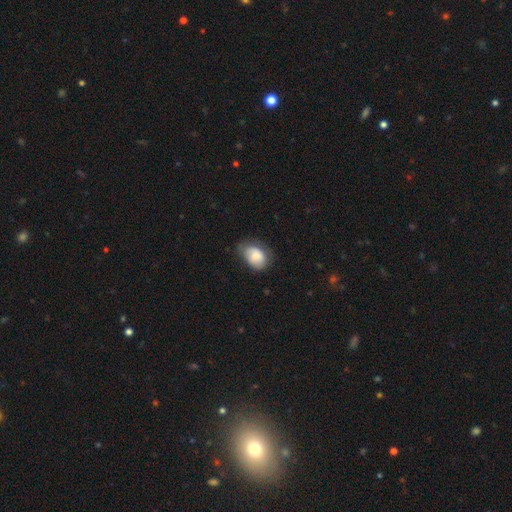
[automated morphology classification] Smooth or featured? Predicted: smooth (p=0.80). How rounded? Predicted: in between (p=0.77). Merging? Predicted: none (p=0.50).